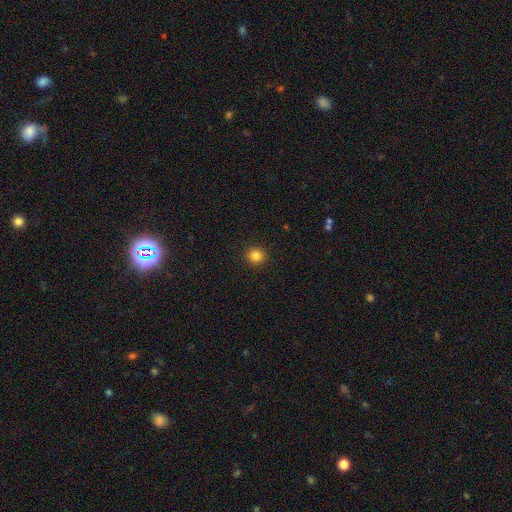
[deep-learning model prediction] Overall: smooth (84%). How rounded: round (92%). Merging: none (92%).